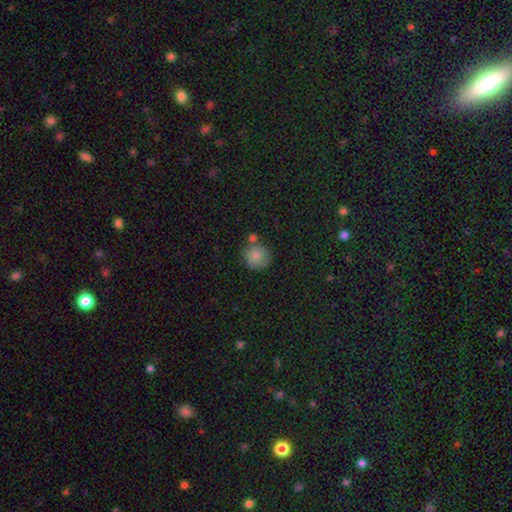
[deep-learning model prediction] Q: Smooth or featured?
A: smooth (83%); runner-up: featured or disk (8%)
Q: How rounded?
A: round (90%); runner-up: in between (9%)
Q: Merging?
A: none (63%); runner-up: minor disturbance (17%)